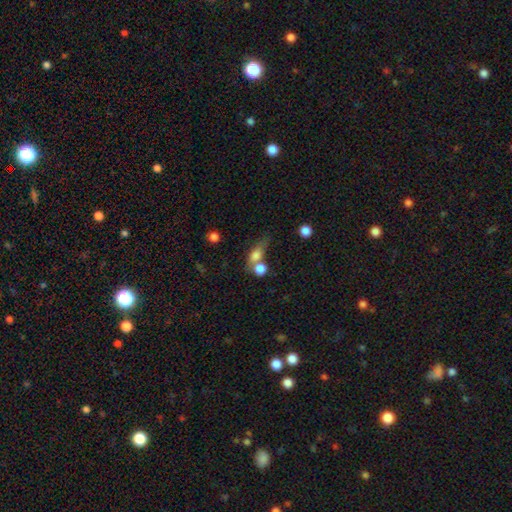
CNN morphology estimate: This is likely a smooth galaxy (73%). How rounded: possibly in between (54%). Merging: marginally merger (43%).